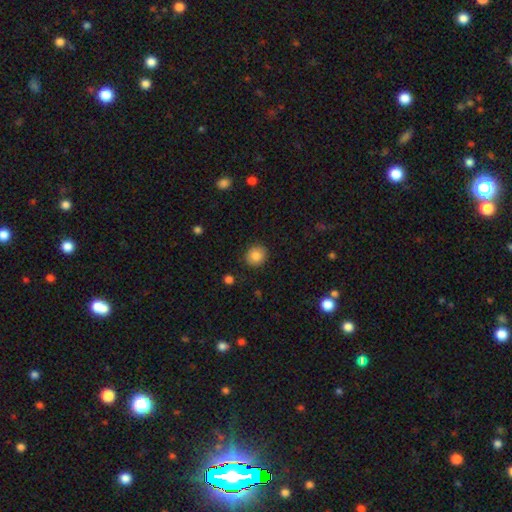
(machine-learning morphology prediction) smooth-or-featured: smooth: 84% | star or artifact: 9% | featured or disk: 7%
  how-rounded: round: 85% | in between: 14% | cigar-shaped: 1%
  merging: none: 90% | minor disturbance: 7% | major disturbance: 2% | merger: 1%